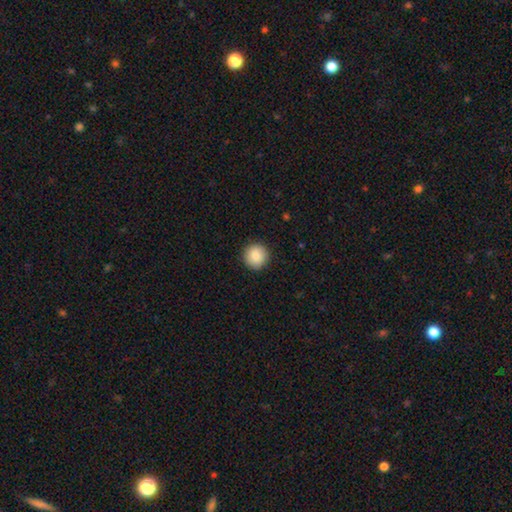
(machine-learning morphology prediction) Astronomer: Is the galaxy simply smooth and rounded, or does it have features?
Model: smooth — 89%.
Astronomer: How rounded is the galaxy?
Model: round — 95%.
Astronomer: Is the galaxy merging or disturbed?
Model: none — 92%.